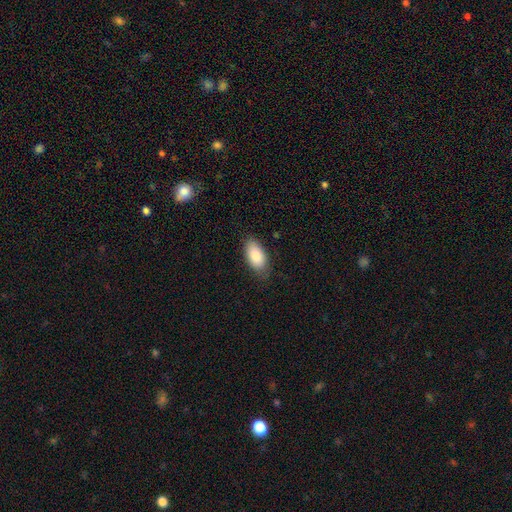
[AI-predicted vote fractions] smooth_or_featured: smooth (p=0.85) [alt: featured or disk p=0.09]
how_rounded: in between (p=0.93) [alt: cigar-shaped p=0.04]
merging: none (p=0.78) [alt: minor disturbance p=0.17]